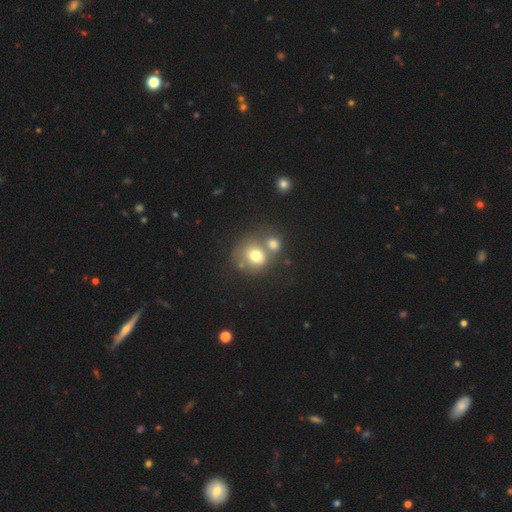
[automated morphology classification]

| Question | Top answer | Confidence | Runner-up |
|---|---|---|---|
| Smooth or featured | smooth | 71% | featured or disk (17%) |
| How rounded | round | 80% | in between (19%) |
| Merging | merger | 44% | none (41%) |